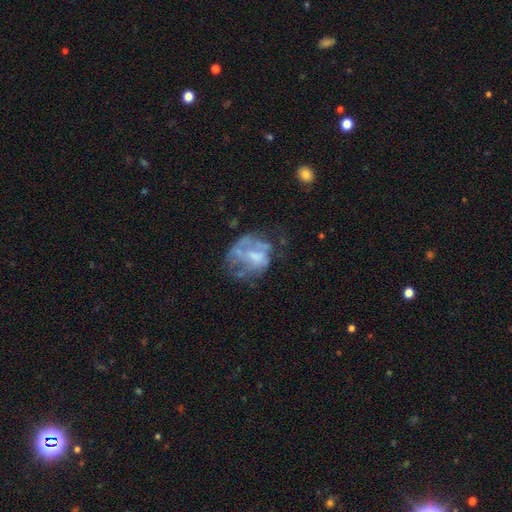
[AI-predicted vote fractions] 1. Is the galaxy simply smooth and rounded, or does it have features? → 58% featured or disk, 30% smooth, 13% star or artifact.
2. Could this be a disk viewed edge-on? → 97% no, 3% yes.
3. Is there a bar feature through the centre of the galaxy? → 72% no, 22% weak, 6% strong.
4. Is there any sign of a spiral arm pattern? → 79% no, 21% yes.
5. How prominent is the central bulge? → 39% none, 30% moderate, 24% small, 5% large, 1% dominant.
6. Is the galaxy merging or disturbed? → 38% none, 32% major disturbance, 24% minor disturbance, 7% merger.